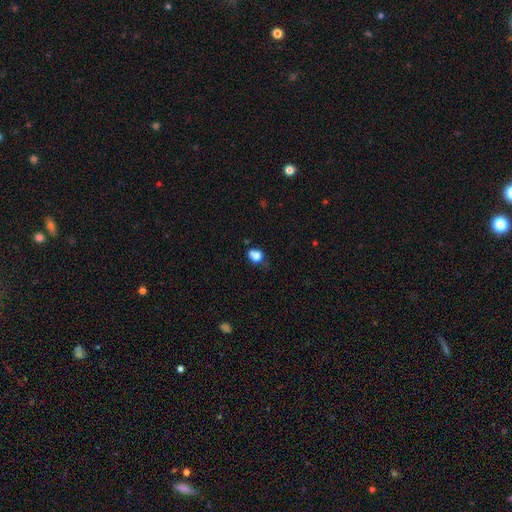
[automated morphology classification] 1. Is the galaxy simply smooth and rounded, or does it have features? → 77% smooth, 13% star or artifact, 10% featured or disk.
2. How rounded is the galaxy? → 54% round, 45% in between, 1% cigar-shaped.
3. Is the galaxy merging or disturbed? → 40% none, 25% minor disturbance, 21% merger, 14% major disturbance.